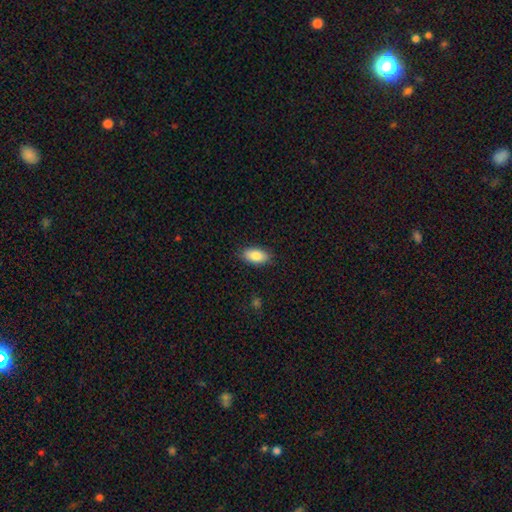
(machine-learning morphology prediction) This appears to be a smooth galaxy with no disk features (85%) that is in between round and cigar-shaped (91%). Merging: none (87%).